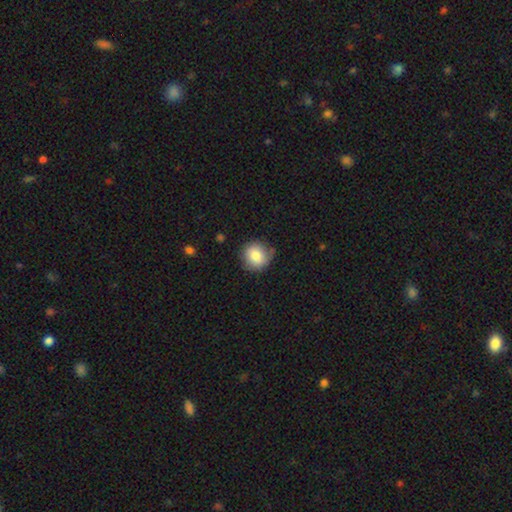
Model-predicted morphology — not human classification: Q: Smooth or featured?
A: smooth (81%); runner-up: featured or disk (10%)
Q: How rounded?
A: round (90%); runner-up: in between (9%)
Q: Merging?
A: none (76%); runner-up: minor disturbance (19%)